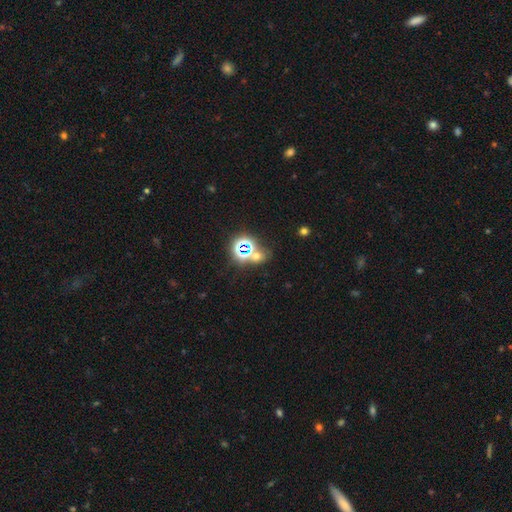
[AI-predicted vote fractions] This appears to be a star or artifact, not a galaxy (55%).